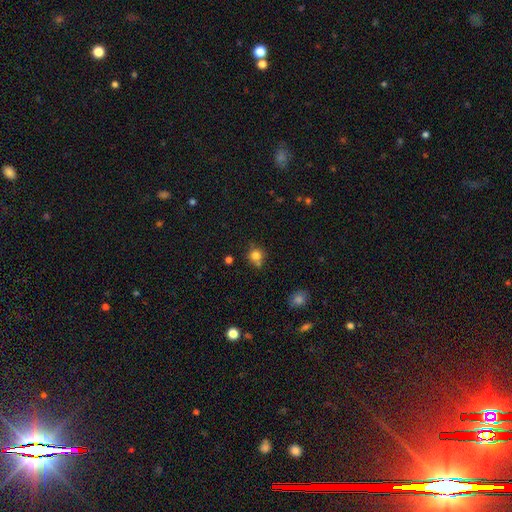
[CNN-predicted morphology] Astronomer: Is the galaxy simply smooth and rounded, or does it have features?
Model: smooth — 79%.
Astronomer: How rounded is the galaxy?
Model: round — 87%.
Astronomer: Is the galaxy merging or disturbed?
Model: none — 65%.